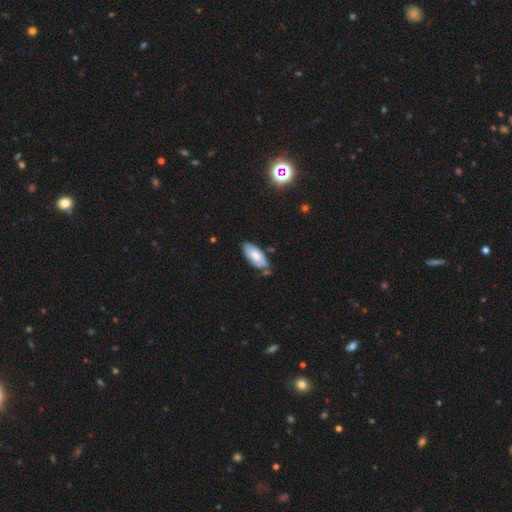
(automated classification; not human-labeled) Q: Smooth or featured?
A: smooth (67%); runner-up: featured or disk (26%)
Q: How rounded?
A: in between (86%); runner-up: cigar-shaped (12%)
Q: Merging?
A: none (62%); runner-up: minor disturbance (28%)